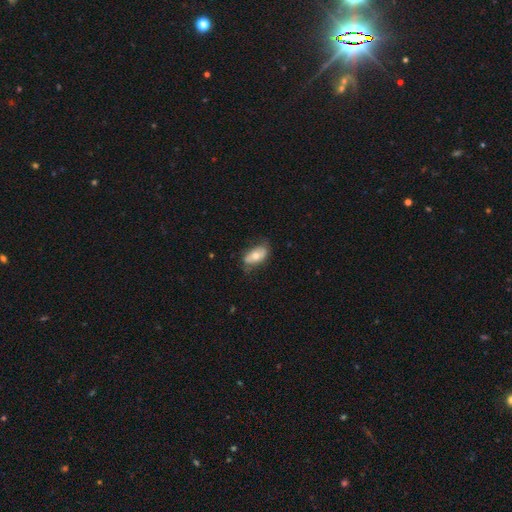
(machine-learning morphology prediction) smooth_or_featured: smooth (p=0.59) [alt: featured or disk p=0.34]
how_rounded: in between (p=0.90) [alt: round p=0.06]
merging: none (p=0.66) [alt: minor disturbance p=0.26]